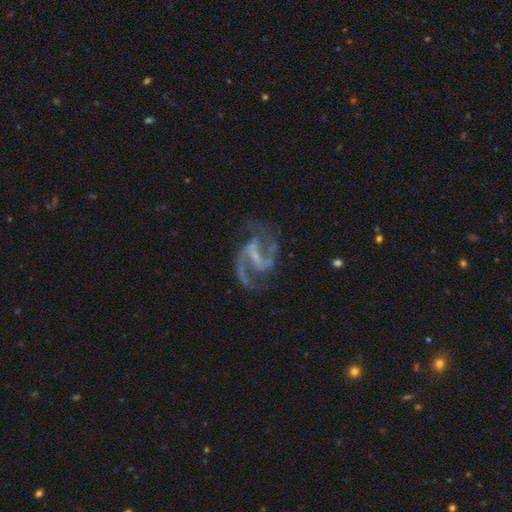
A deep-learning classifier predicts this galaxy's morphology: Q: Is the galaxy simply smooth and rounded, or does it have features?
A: featured or disk — 93%.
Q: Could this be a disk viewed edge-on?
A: no — 98%.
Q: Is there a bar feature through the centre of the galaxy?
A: weak — 44%.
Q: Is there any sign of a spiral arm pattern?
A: yes — 98%.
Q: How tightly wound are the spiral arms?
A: medium — 61%.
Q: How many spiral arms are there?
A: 2 — 93%.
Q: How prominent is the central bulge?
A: small — 52%.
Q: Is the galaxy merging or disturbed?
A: none — 72%.